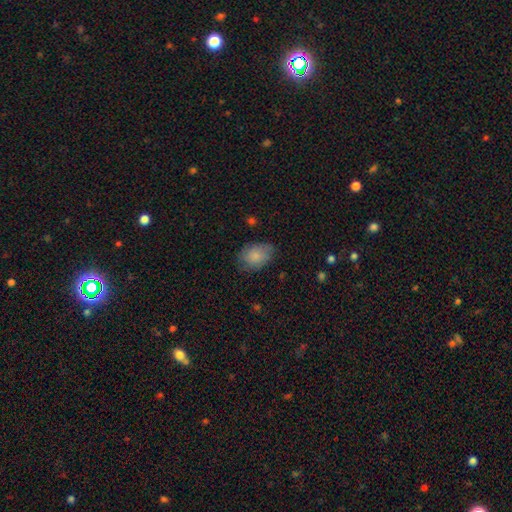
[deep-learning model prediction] This appears to be a smooth galaxy with no disk features (84%) that is in between round and cigar-shaped (84%). Merging: none (73%).